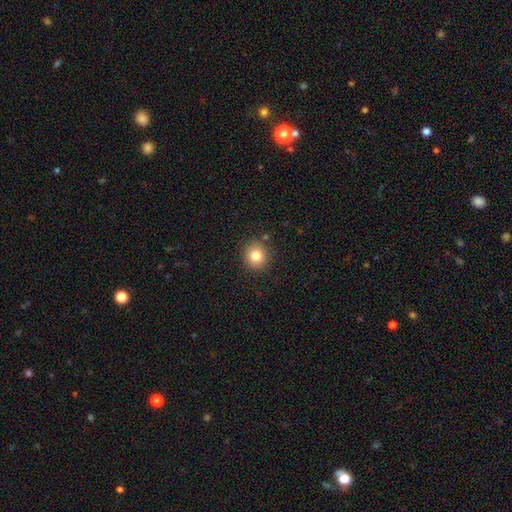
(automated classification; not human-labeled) smooth_or_featured: smooth (p=0.81) [alt: star or artifact p=0.11]
how_rounded: round (p=0.89) [alt: in between p=0.10]
merging: none (p=0.88) [alt: minor disturbance p=0.08]